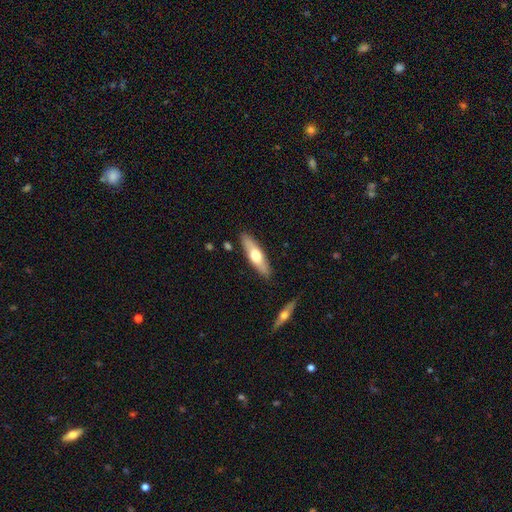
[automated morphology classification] The model was most divided on "smooth or featured": smooth: 53%, featured or disk: 42%, star or artifact: 5%. More confident: merging — none (87%); how rounded — cigar-shaped (64%).